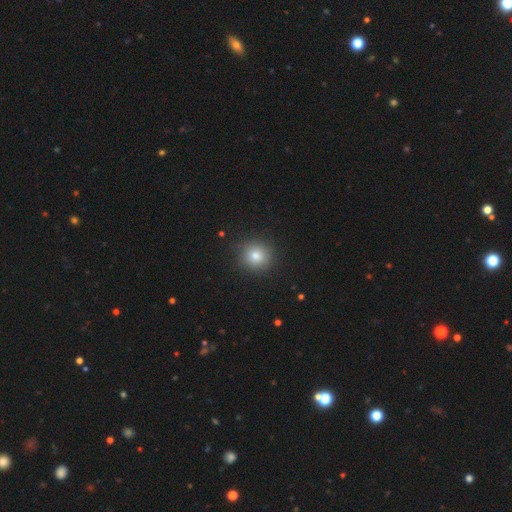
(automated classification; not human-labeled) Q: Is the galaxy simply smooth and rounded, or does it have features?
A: smooth — 80%.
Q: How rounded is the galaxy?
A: round — 92%.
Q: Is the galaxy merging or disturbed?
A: none — 90%.